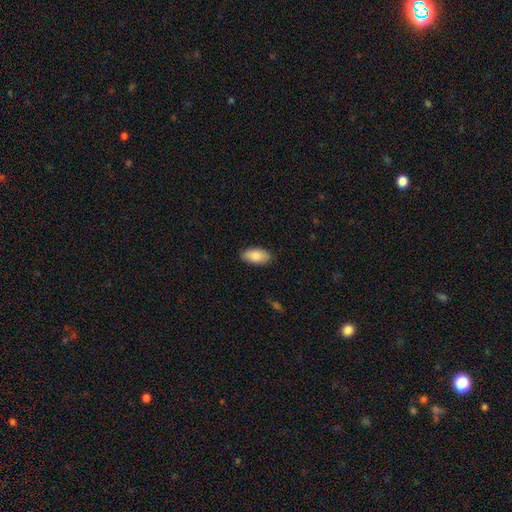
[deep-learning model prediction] smooth 88%, star or artifact 6%, featured or disk 6%. Down the decision tree: how rounded — in between (94%); merging — none (87%).